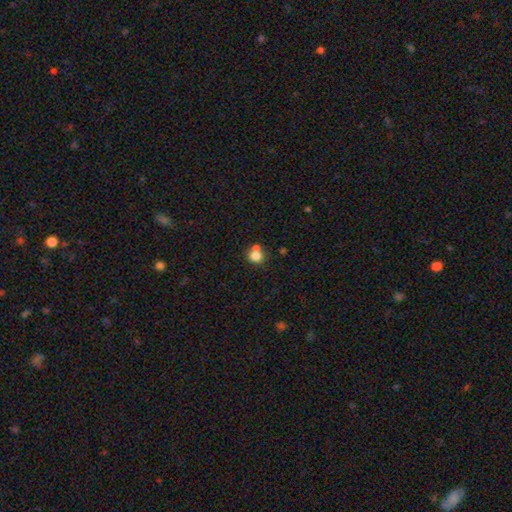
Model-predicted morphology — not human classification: A smooth galaxy with no disk features (79%) that is round (77%). Merging: none (51%).